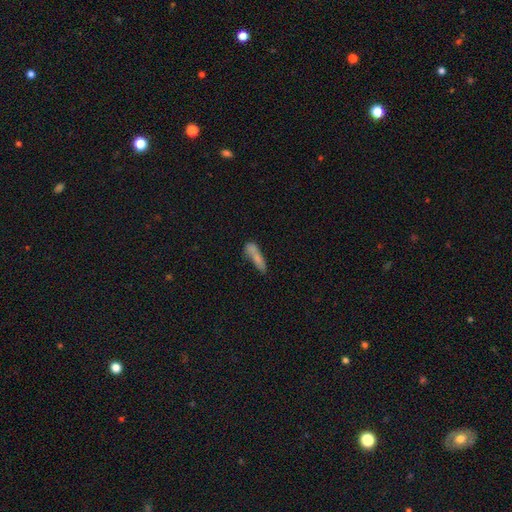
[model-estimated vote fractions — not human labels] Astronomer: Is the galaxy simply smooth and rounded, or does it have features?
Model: smooth — 74%.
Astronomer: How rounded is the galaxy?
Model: cigar-shaped — 78%.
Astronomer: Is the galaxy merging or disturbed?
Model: none — 53%.